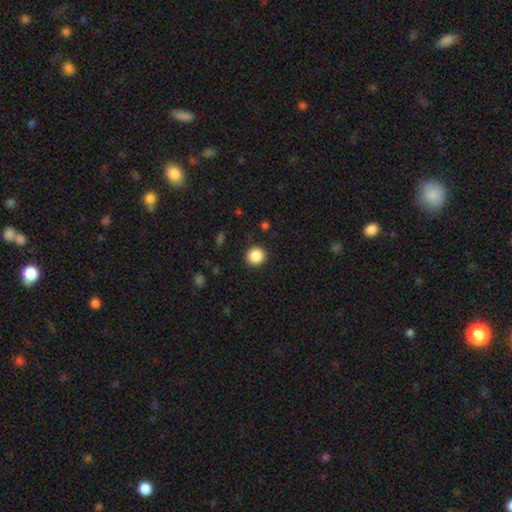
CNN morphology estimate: Smooth or featured?
  - smooth: 87% *
  - star or artifact: 9%
  - featured or disk: 3%
How rounded?
  - round: 93% *
  - in between: 6%
  - cigar-shaped: 1%
Merging?
  - none: 92% *
  - minor disturbance: 5%
  - major disturbance: 2%
  - merger: 1%